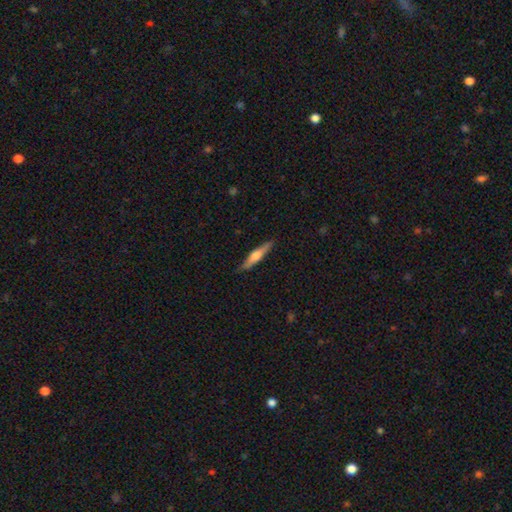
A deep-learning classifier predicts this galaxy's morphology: This is possibly a featured or disk galaxy (48%). Merging: clearly none (87%).